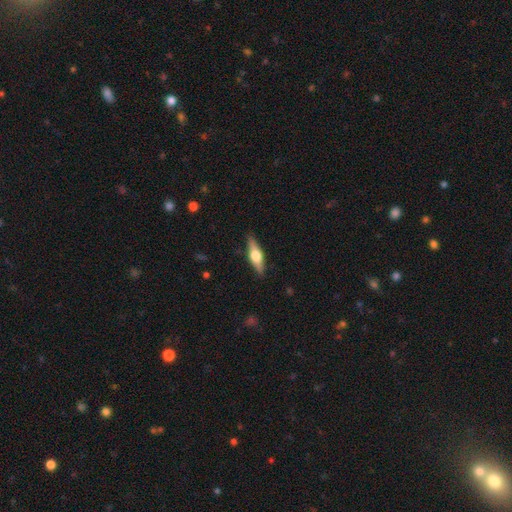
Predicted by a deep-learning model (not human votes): Smooth or featured? featured or disk (59%)
Edge-on disk? yes (95%)
Edge-on bulge? rounded (94%)
Merging? none (88%)